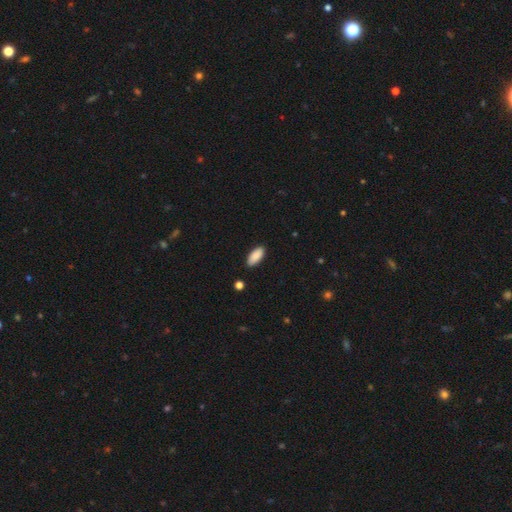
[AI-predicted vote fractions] Smooth or featured: smooth — 90% (star or artifact — 6%)
How rounded: in between — 87% (cigar-shaped — 12%)
Merging: none — 87% (minor disturbance — 10%)